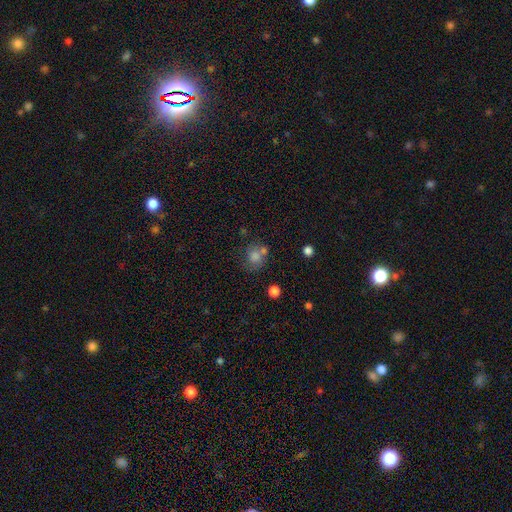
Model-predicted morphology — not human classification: Smooth or featured: smooth — 76% (star or artifact — 12%)
How rounded: round — 76% (in between — 23%)
Merging: none — 51% (merger — 25%)